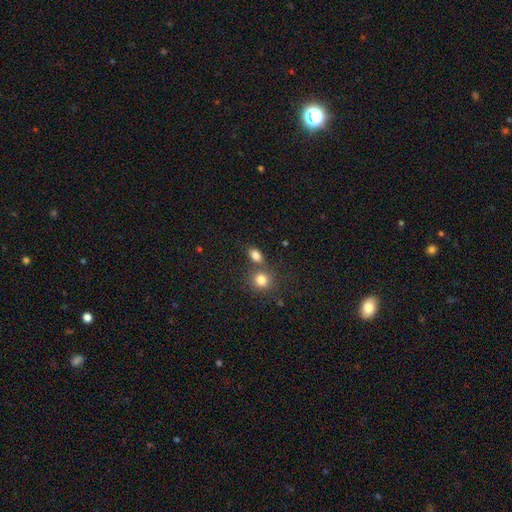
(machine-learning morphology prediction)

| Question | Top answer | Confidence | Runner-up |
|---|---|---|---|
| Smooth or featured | smooth | 82% | star or artifact (11%) |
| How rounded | in between | 73% | round (25%) |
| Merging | none | 56% | merger (30%) |